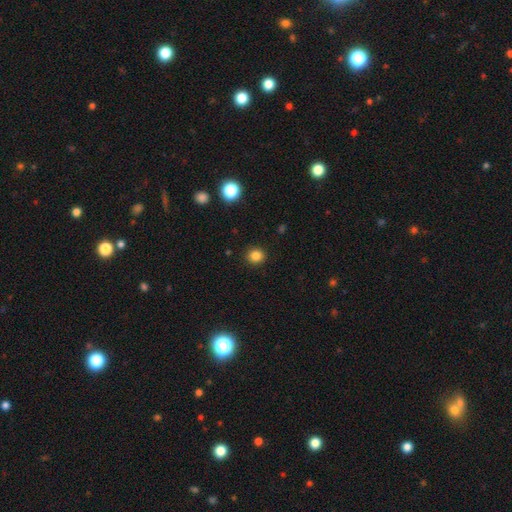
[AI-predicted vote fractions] Q: Smooth or featured?
A: smooth (84%); runner-up: star or artifact (12%)
Q: How rounded?
A: round (88%); runner-up: in between (11%)
Q: Merging?
A: none (91%); runner-up: minor disturbance (6%)